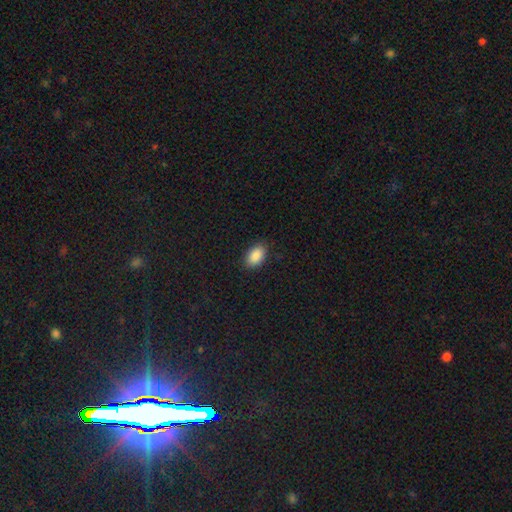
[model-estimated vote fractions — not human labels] smooth_or_featured: smooth (p=0.89) [alt: star or artifact p=0.07]
how_rounded: in between (p=0.91) [alt: round p=0.08]
merging: none (p=0.87) [alt: minor disturbance p=0.10]